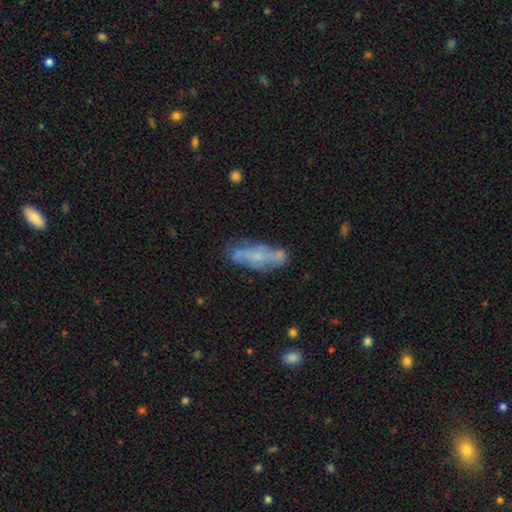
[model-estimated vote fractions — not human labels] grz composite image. It shows a featured or disk galaxy (53%). Merging: none (63%).